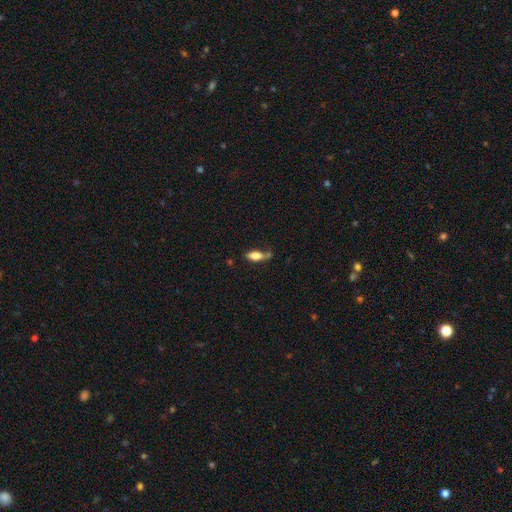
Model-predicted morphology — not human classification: Smooth or featured? Predicted: smooth (p=0.73). How rounded? Predicted: in between (p=0.76). Merging? Predicted: none (p=0.53).